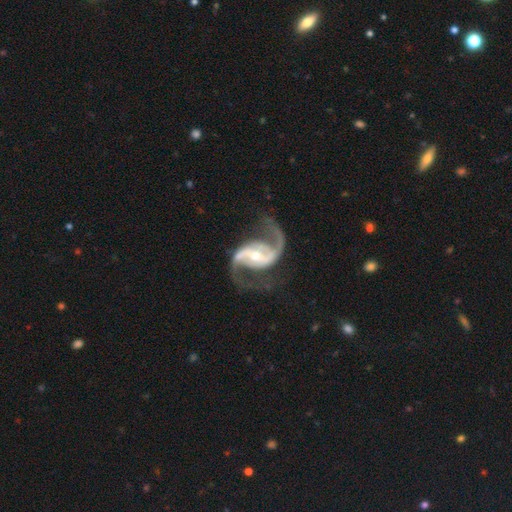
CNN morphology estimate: type=featured or disk (94%); edge-on=no (98%); bar=strong (46%); spiral arms=yes (98%); winding=loose (48%); arm count=2 (94%); bulge=moderate (50%); merging=none (76%).